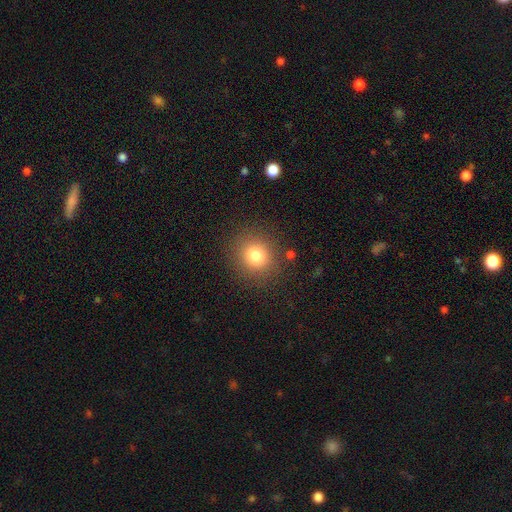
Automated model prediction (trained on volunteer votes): Morphology: type=smooth (78%); roundness=round (86%); merging=none (87%).